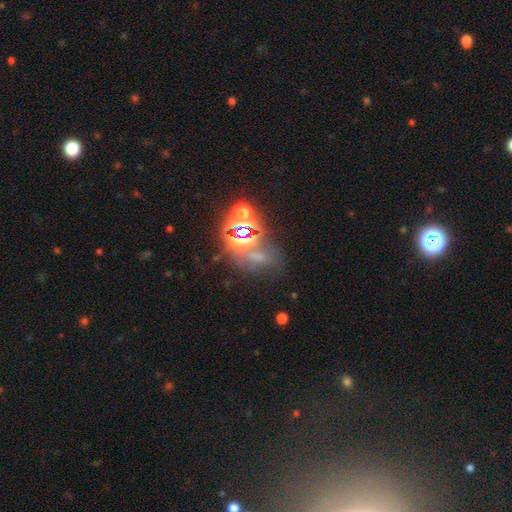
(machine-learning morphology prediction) smooth-or-featured: star or artifact: 71% | smooth: 15% | featured or disk: 14%